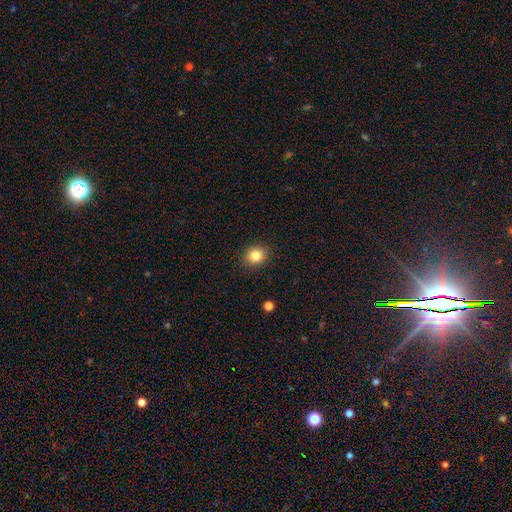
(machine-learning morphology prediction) This is clearly a smooth galaxy (84%). How rounded: likely round (70%). Merging: clearly none (89%).